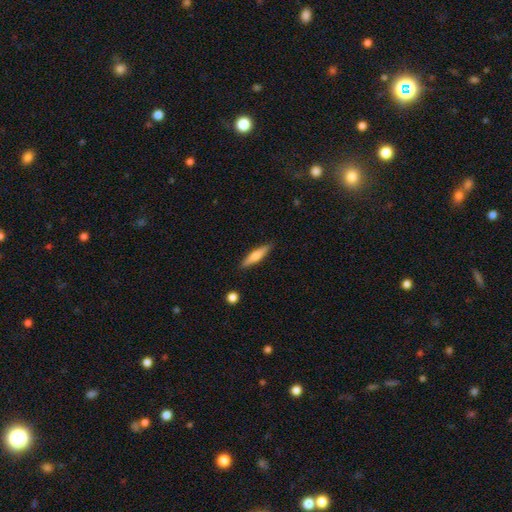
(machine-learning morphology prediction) Smooth or featured? Predicted: smooth (p=0.61). How rounded? Predicted: cigar-shaped (p=0.82). Merging? Predicted: none (p=0.88).